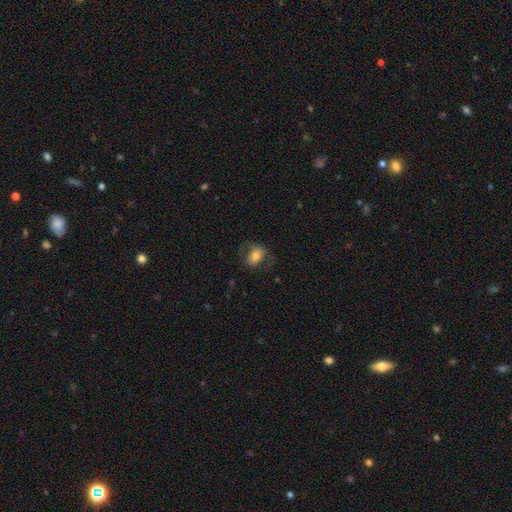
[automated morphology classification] Smooth or featured? smooth (58%)
How rounded? in between (68%)
Merging? none (65%)